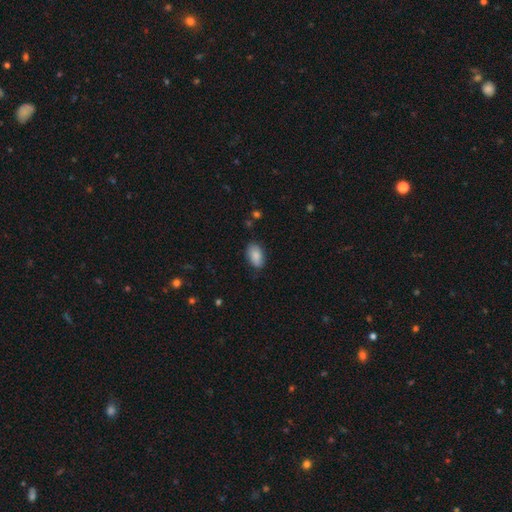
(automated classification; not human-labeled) smooth 87%, star or artifact 7%, featured or disk 6%. Down the decision tree: how rounded — in between (93%); merging — none (77%).